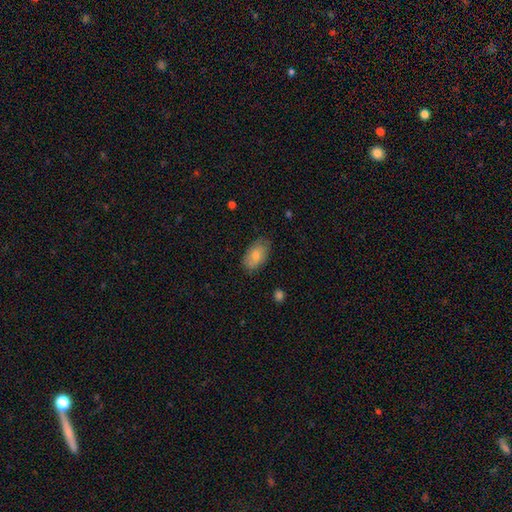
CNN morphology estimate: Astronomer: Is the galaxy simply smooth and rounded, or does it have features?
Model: smooth — 80%.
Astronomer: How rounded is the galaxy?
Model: in between — 93%.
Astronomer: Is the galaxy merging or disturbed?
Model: none — 73%.